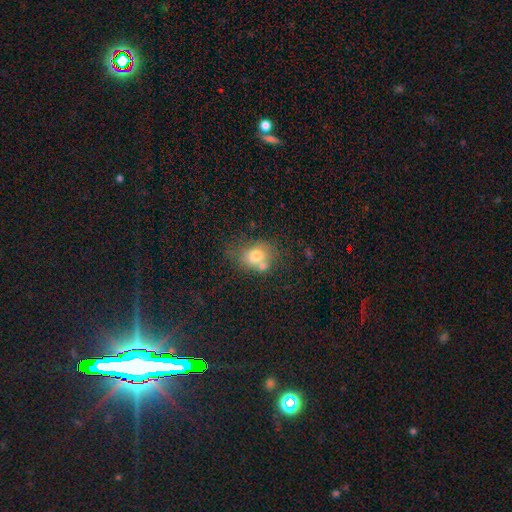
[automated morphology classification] Q: Smooth or featured?
A: smooth (74%); runner-up: featured or disk (15%)
Q: How rounded?
A: round (52%); runner-up: in between (47%)
Q: Merging?
A: none (48%); runner-up: merger (27%)